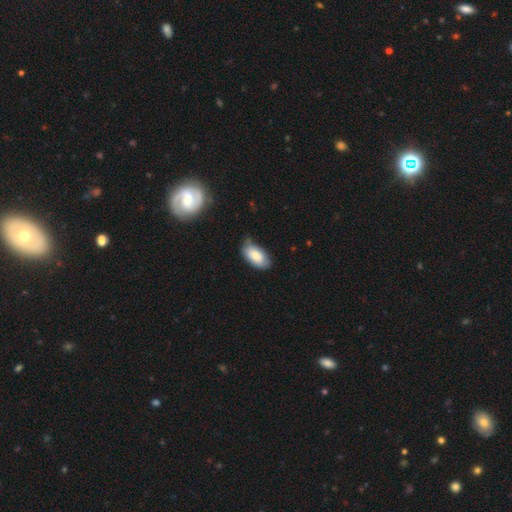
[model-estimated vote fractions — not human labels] Overall: smooth (79%). How rounded: in between (94%). Merging: none (65%; minor disturbance 28%).